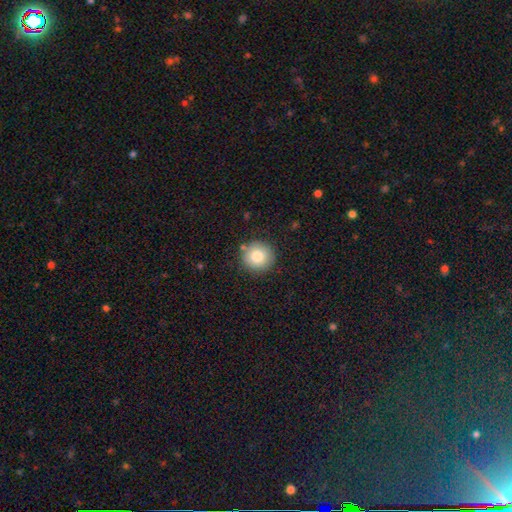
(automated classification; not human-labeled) Smooth or featured: smooth — 81% (featured or disk — 9%)
How rounded: round — 94% (in between — 5%)
Merging: none — 87% (minor disturbance — 9%)